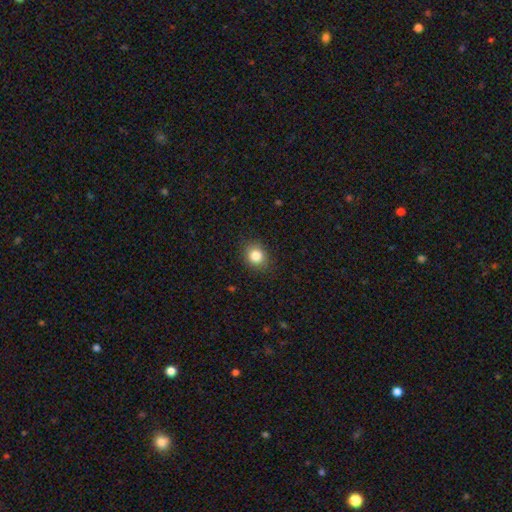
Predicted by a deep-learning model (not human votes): Q: Smooth or featured?
A: smooth (84%); runner-up: star or artifact (10%)
Q: How rounded?
A: round (62%); runner-up: in between (37%)
Q: Merging?
A: none (87%); runner-up: minor disturbance (10%)